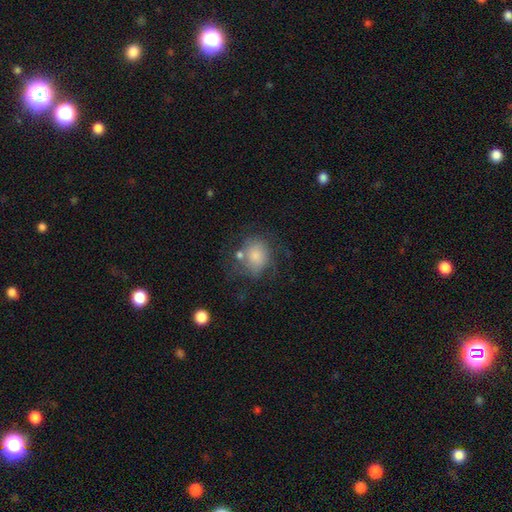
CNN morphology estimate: The model was most divided on "merging": none: 47%, minor disturbance: 23%, major disturbance: 20%, merger: 9%. More confident: smooth or featured — smooth (66%); how rounded — round (64%).